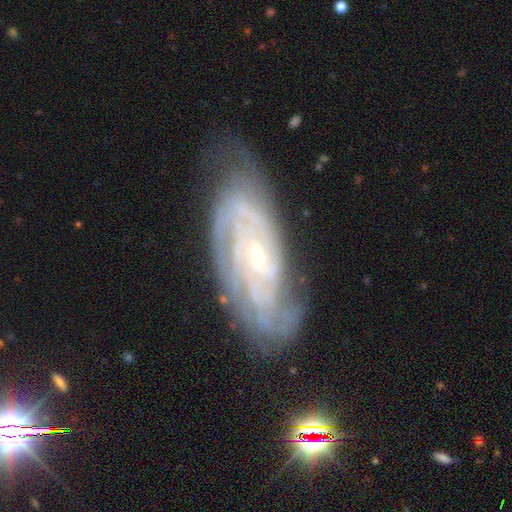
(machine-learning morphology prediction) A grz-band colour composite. It shows a featured or disk galaxy (88%) with no bar (52%), tight (76%) spiral arms (97%) and a small central bulge (65%). Merging: none (70%).